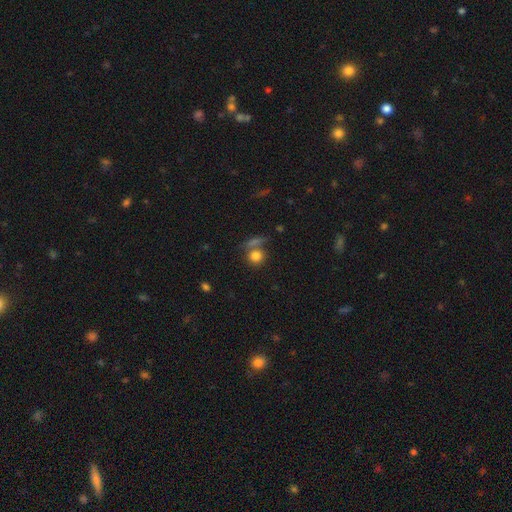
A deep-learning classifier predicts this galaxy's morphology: This appears to be a smooth galaxy with no disk features (81%) that is round (82%). Merging: none (56%).